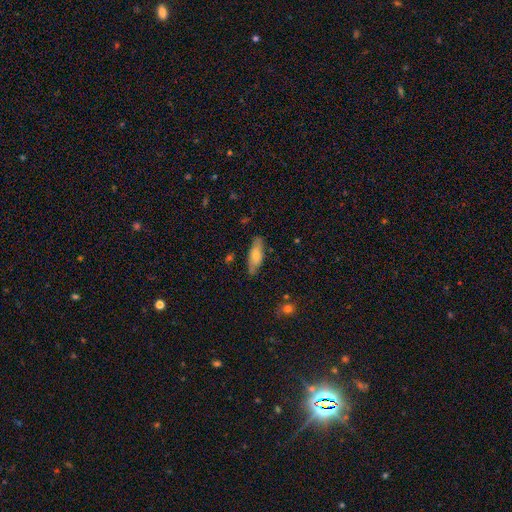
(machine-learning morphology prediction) Smooth or featured? Predicted: smooth (p=0.65). How rounded? Predicted: in between (p=0.62). Merging? Predicted: none (p=0.77).